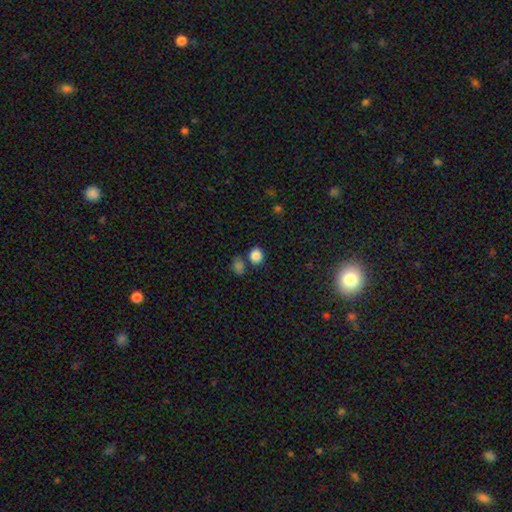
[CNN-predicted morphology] Q: Smooth or featured?
A: smooth (85%); runner-up: star or artifact (11%)
Q: How rounded?
A: round (65%); runner-up: in between (34%)
Q: Merging?
A: none (72%); runner-up: merger (14%)